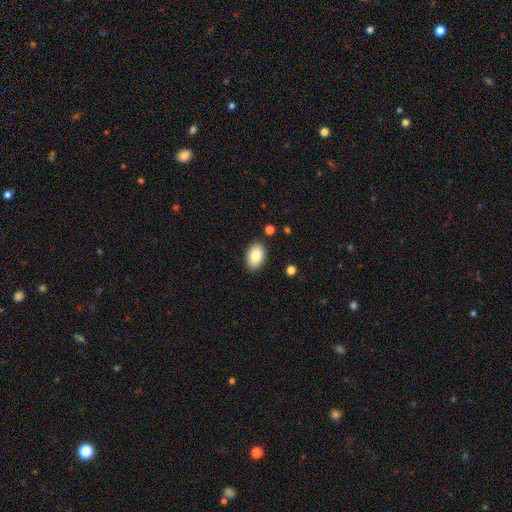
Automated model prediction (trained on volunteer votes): This is clearly a smooth galaxy (83%). How rounded: clearly in between (89%). Merging: clearly none (88%).